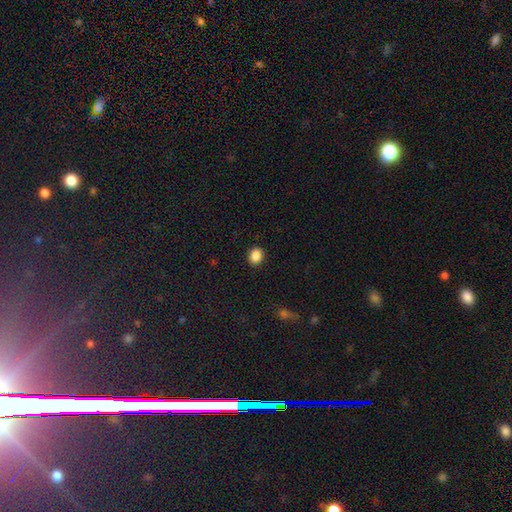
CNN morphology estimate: Smooth or featured: smooth — 87% (star or artifact — 9%)
How rounded: round — 61% (in between — 38%)
Merging: none — 91% (minor disturbance — 6%)